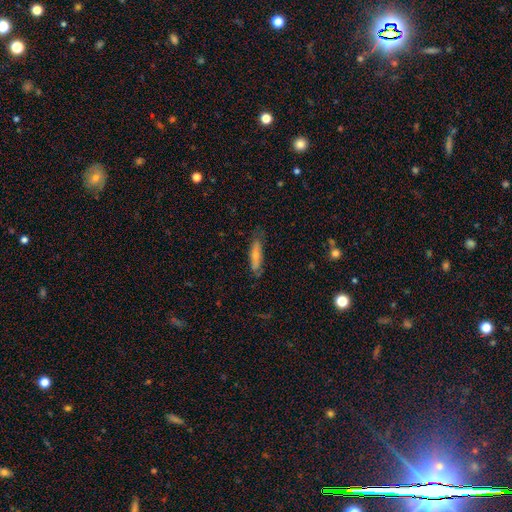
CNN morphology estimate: This is likely a smooth galaxy (64%). How rounded: likely cigar-shaped (72%). Merging: likely none (71%).